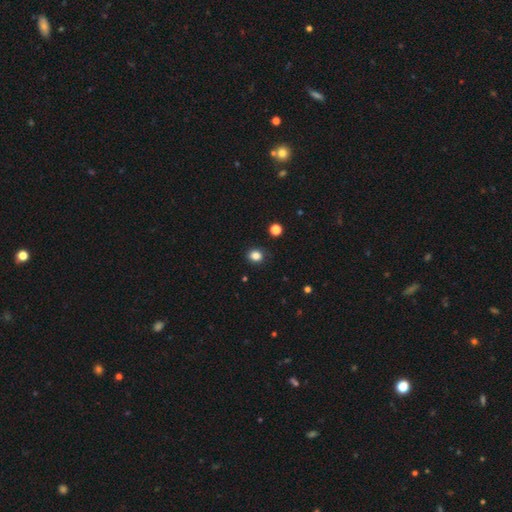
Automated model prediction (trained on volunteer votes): Smooth or featured: smooth — 84% (star or artifact — 12%)
How rounded: round — 71% (in between — 28%)
Merging: none — 88% (minor disturbance — 8%)